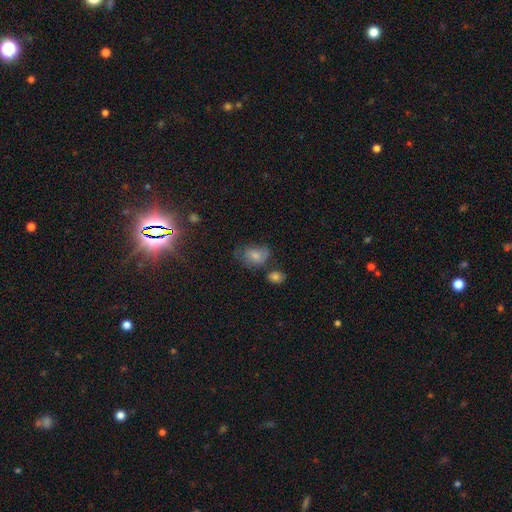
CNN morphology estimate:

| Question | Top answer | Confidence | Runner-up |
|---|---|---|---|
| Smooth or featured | smooth | 68% | featured or disk (22%) |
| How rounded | in between | 67% | round (32%) |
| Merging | none | 43% | minor disturbance (30%) |